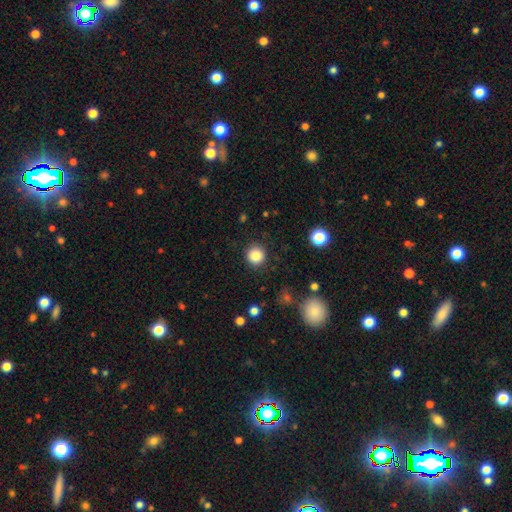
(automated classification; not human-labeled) Smooth or featured?
  - smooth: 86% *
  - star or artifact: 11%
  - featured or disk: 4%
How rounded?
  - round: 93% *
  - in between: 6%
  - cigar-shaped: 1%
Merging?
  - none: 90% *
  - minor disturbance: 7%
  - major disturbance: 3%
  - merger: 1%